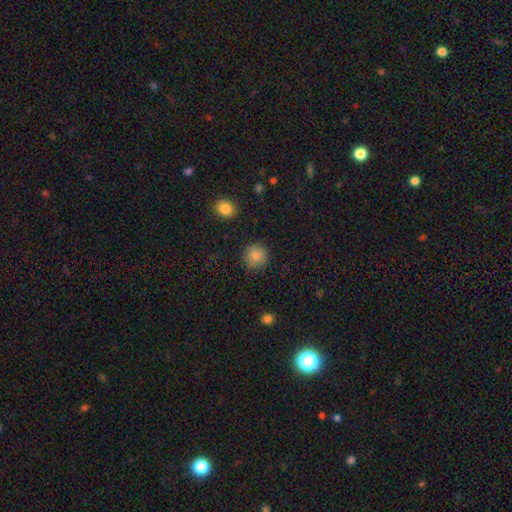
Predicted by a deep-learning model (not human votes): Smooth or featured? Predicted: smooth (p=0.85). How rounded? Predicted: round (p=0.93). Merging? Predicted: none (p=0.86).